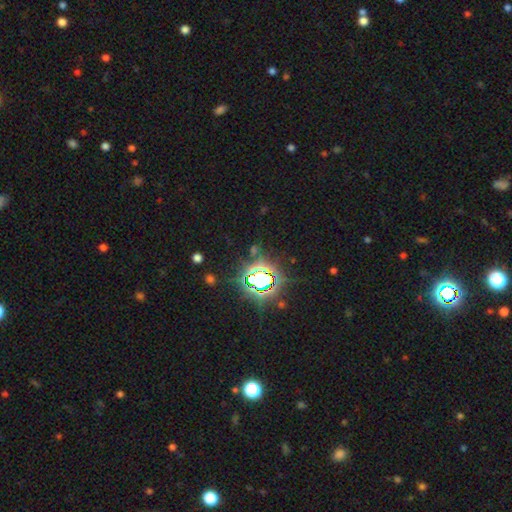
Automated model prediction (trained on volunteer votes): star or artifact 79%, smooth 13%, featured or disk 8%.